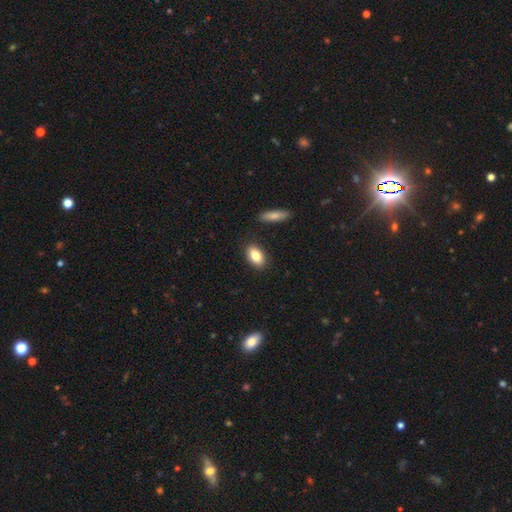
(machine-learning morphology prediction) Smooth or featured?
  - smooth: 82% *
  - featured or disk: 11%
  - star or artifact: 7%
How rounded?
  - in between: 89% *
  - round: 6%
  - cigar-shaped: 5%
Merging?
  - none: 87% *
  - minor disturbance: 9%
  - merger: 3%
  - major disturbance: 2%